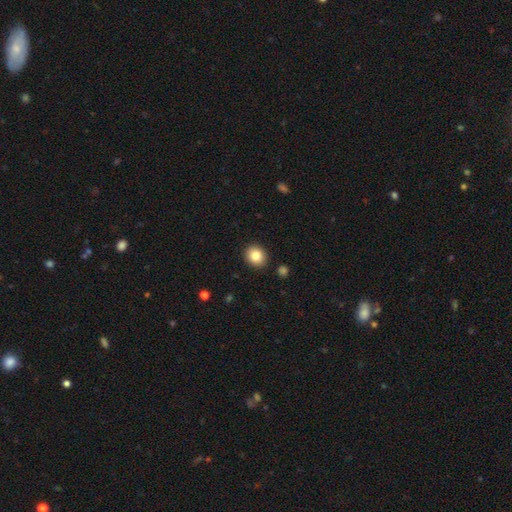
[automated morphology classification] smooth_or_featured: smooth (p=0.85) [alt: star or artifact p=0.09]
how_rounded: round (p=0.73) [alt: in between p=0.27]
merging: none (p=0.90) [alt: minor disturbance p=0.06]